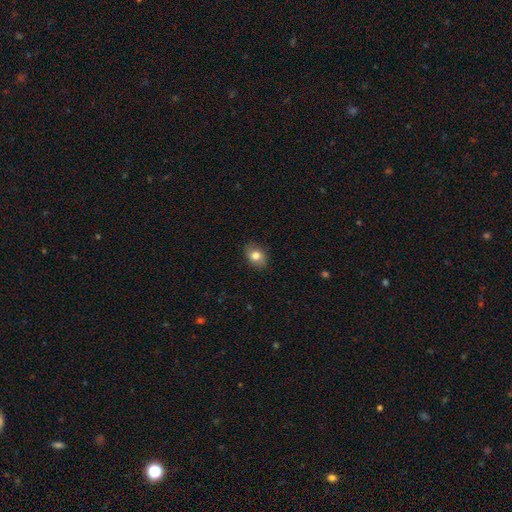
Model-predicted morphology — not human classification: Smooth or featured?
  - smooth: 80% *
  - featured or disk: 12%
  - star or artifact: 9%
How rounded?
  - in between: 71% *
  - round: 28%
  - cigar-shaped: 1%
Merging?
  - none: 85% *
  - minor disturbance: 11%
  - major disturbance: 3%
  - merger: 1%